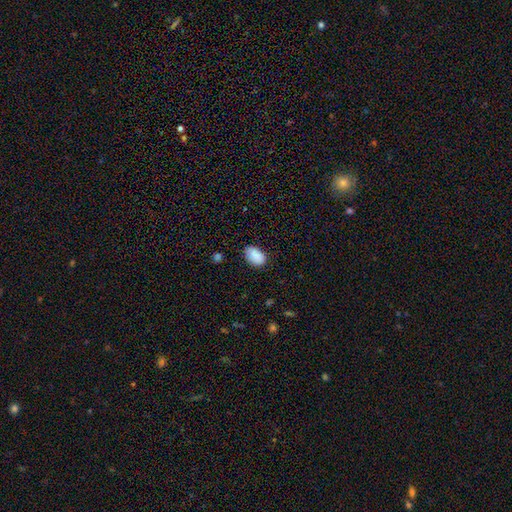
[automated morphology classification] The model was most divided on "merging": none: 76%, minor disturbance: 19%, major disturbance: 3%, merger: 2%. More confident: how rounded — in between (89%); smooth or featured — smooth (88%).